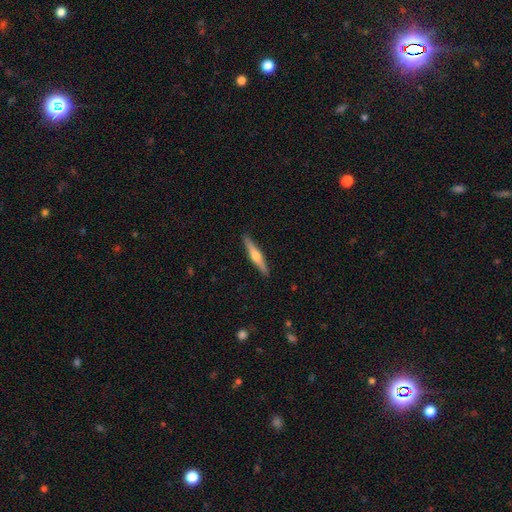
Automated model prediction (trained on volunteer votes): A featured or disk galaxy (60%) viewed edge-on (97%) with a rounded central bulge (91%).

Vote fractions:
- Smooth or featured? featured or disk: 60% / smooth: 35% / star or artifact: 5%
- Edge-on disk? yes: 97% / no: 3%
- Edge-on bulge? rounded: 91% / boxy: 5% / none: 5%
- Merging? none: 91% / minor disturbance: 6% / major disturbance: 1% / merger: 1%